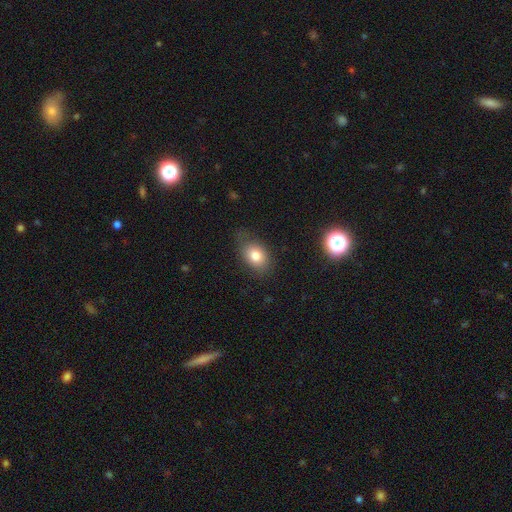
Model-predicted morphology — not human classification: A smooth galaxy with no disk features (78%) that is in between round and cigar-shaped (74%).

Vote fractions:
- Smooth or featured? smooth: 78% / featured or disk: 11% / star or artifact: 10%
- How rounded? in between: 74% / round: 25% / cigar-shaped: 1%
- Merging? none: 69% / minor disturbance: 23% / major disturbance: 7% / merger: 2%